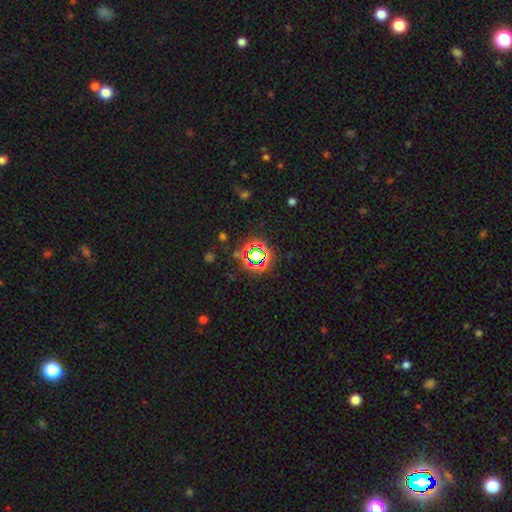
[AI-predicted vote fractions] smooth_or_featured: star or artifact (p=0.66) [alt: smooth p=0.23]